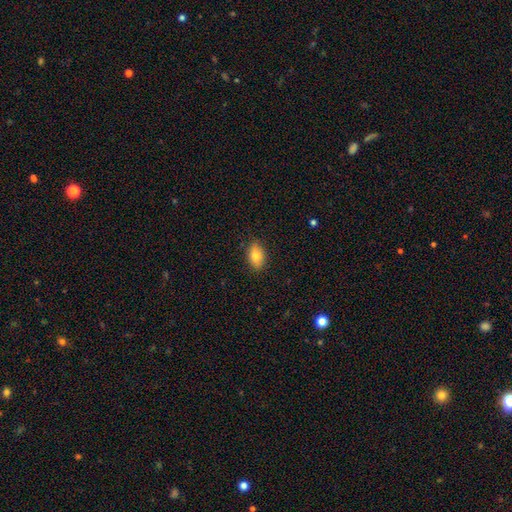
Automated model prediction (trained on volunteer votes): smooth 79%, featured or disk 13%, star or artifact 8%. Down the decision tree: how rounded — in between (87%); merging — none (85%).